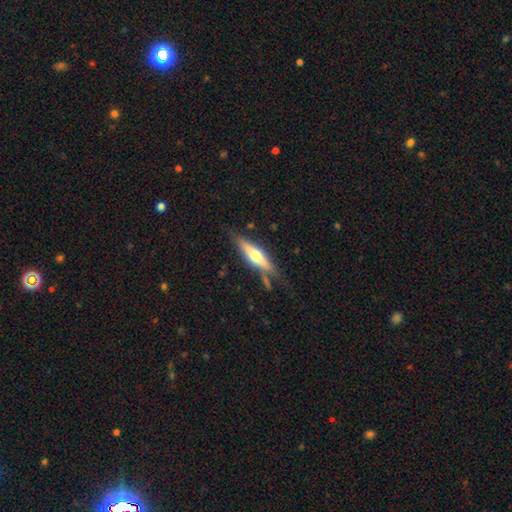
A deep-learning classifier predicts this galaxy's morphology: featured or disk 59%, smooth 35%, star or artifact 6%. Down the decision tree: edge-on disk — yes (93%); edge-on bulge — rounded (89%); merging — none (69%).